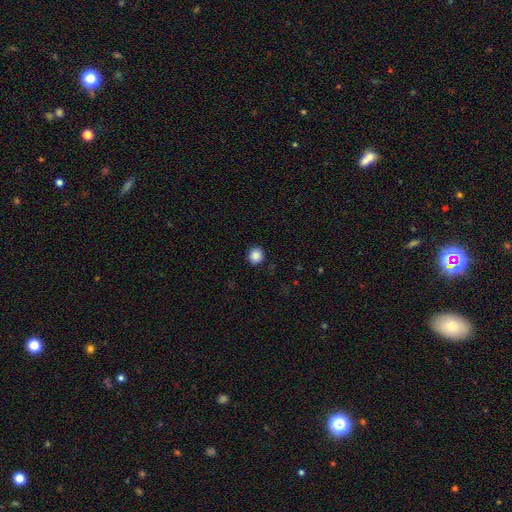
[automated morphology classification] smooth_or_featured: smooth (p=0.88) [alt: star or artifact p=0.10]
how_rounded: round (p=0.86) [alt: in between p=0.13]
merging: none (p=0.90) [alt: minor disturbance p=0.07]